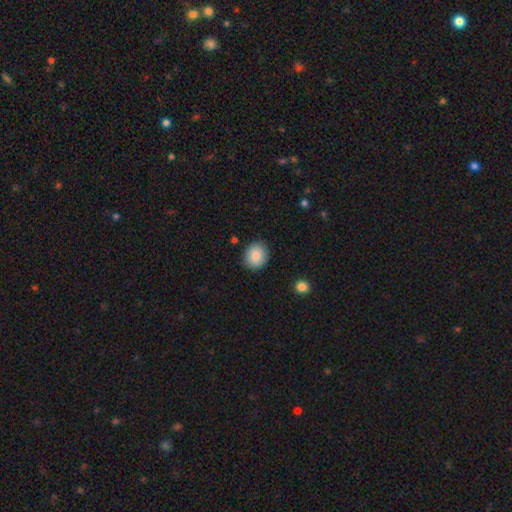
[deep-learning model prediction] Smooth or featured? Predicted: smooth (p=0.88). How rounded? Predicted: round (p=0.70). Merging? Predicted: none (p=0.88).